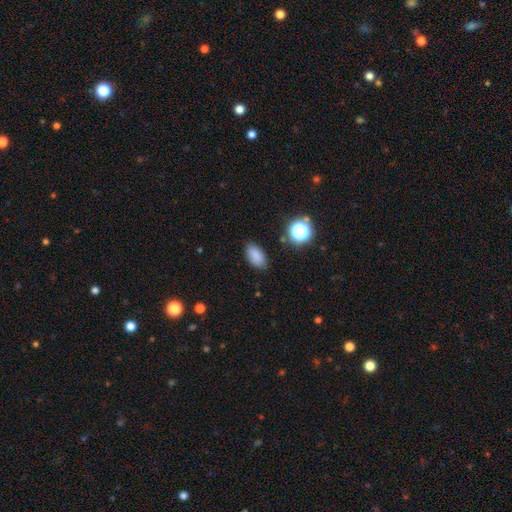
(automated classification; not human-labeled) Morphology: type=smooth (84%); roundness=in between (91%); merging=none (84%).